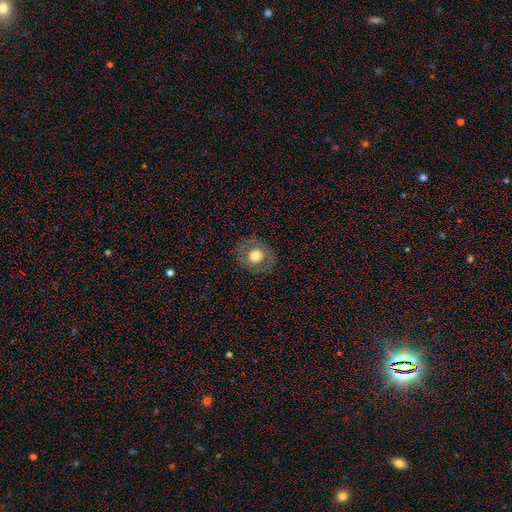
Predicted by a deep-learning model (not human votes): smooth_or_featured: smooth (p=0.62) [alt: featured or disk p=0.29]
how_rounded: round (p=0.84) [alt: in between p=0.15]
merging: none (p=0.83) [alt: minor disturbance p=0.11]